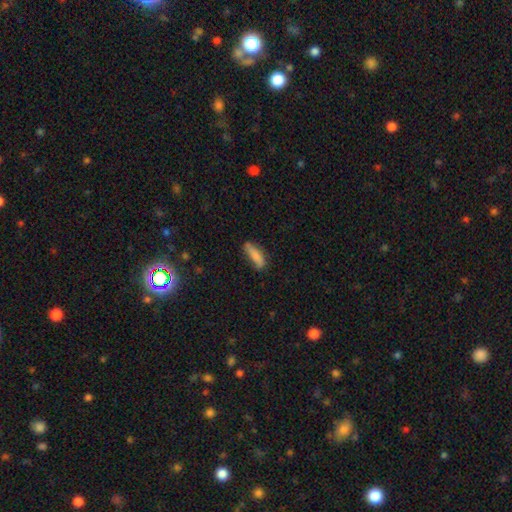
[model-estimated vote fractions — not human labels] smooth-or-featured: smooth: 79% | featured or disk: 14% | star or artifact: 7%
  how-rounded: in between: 49% (tied) | cigar-shaped: 49% (tied) | round: 2%
  merging: none: 62% | minor disturbance: 27% | major disturbance: 8% | merger: 3%